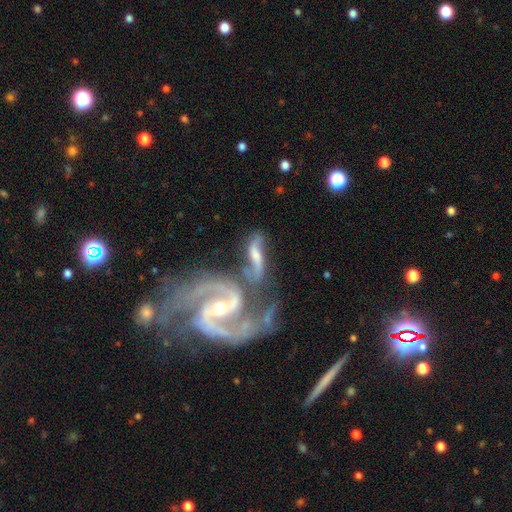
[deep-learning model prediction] This is clearly a featured or disk galaxy (88%). It is clearly not viewed edge-on (94%). Bar: marginally weak (42%). Spiral arm pattern: clearly yes (96%). Spiral arm count: clearly 2 (91%). Spiral winding: possibly medium (53%). Central bulge: possibly small (52%). Merging: marginally none (37%).